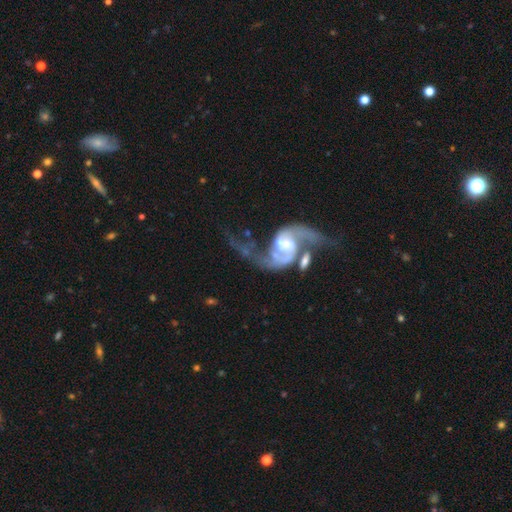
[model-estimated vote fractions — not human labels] A featured or disk galaxy (90%) with a weak bar (42%), 2 (92%) loose (67%) spiral arms (96%) and a moderate central bulge (45%). Merging: none (57%).